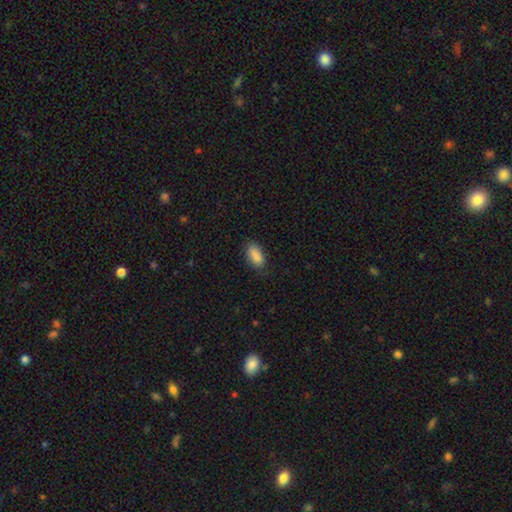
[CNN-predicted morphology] The model was most divided on "merging": none: 77%, minor disturbance: 18%, major disturbance: 4%, merger: 1%. More confident: smooth or featured — smooth (88%); how rounded — in between (88%).